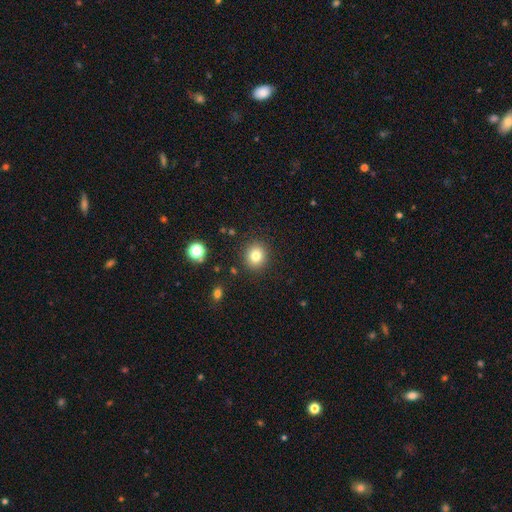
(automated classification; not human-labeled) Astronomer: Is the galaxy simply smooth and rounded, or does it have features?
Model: smooth — 80%.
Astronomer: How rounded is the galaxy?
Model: round — 85%.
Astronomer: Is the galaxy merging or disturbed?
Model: none — 89%.